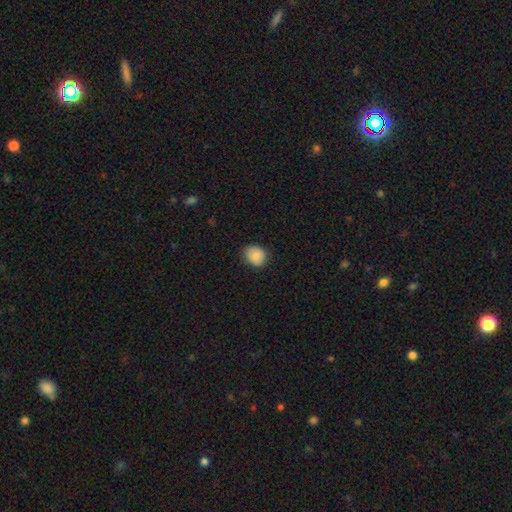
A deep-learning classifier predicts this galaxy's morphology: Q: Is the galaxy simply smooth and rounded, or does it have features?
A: smooth — 86%.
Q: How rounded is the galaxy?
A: round — 66%.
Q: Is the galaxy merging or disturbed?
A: none — 82%.